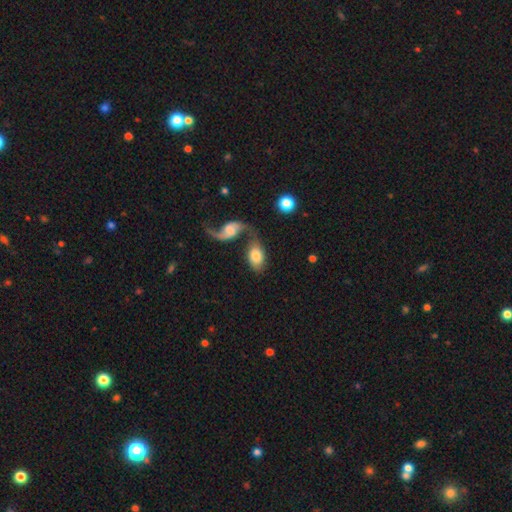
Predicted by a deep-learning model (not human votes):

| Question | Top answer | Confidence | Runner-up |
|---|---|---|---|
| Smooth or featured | smooth | 67% | featured or disk (27%) |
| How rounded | in between | 89% | round (10%) |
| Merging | merger | 40% | none (39%) |